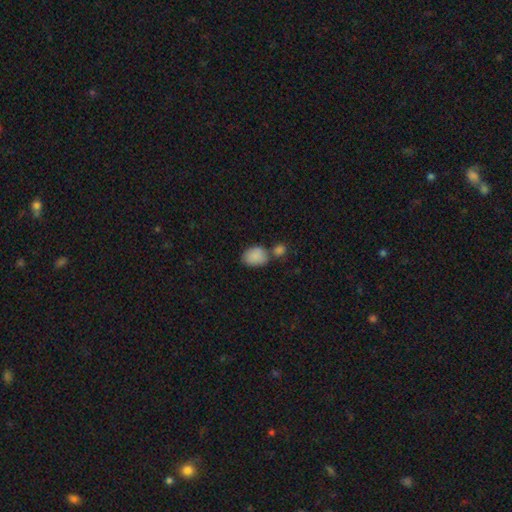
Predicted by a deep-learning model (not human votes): Smooth or featured? smooth (87%)
How rounded? in between (72%)
Merging? none (50%)